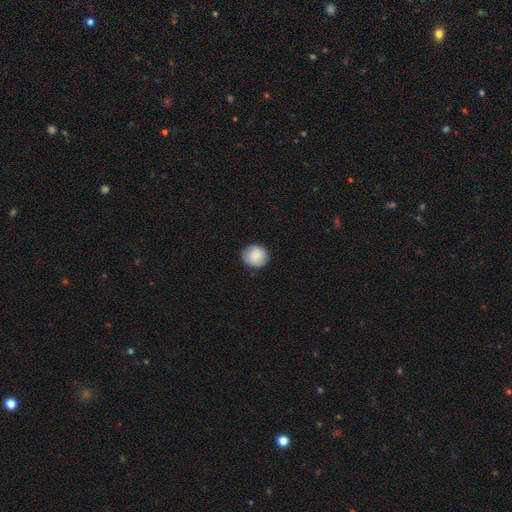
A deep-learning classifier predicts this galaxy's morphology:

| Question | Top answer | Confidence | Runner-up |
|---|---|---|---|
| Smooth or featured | smooth | 86% | featured or disk (8%) |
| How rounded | round | 90% | in between (10%) |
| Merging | none | 87% | minor disturbance (10%) |